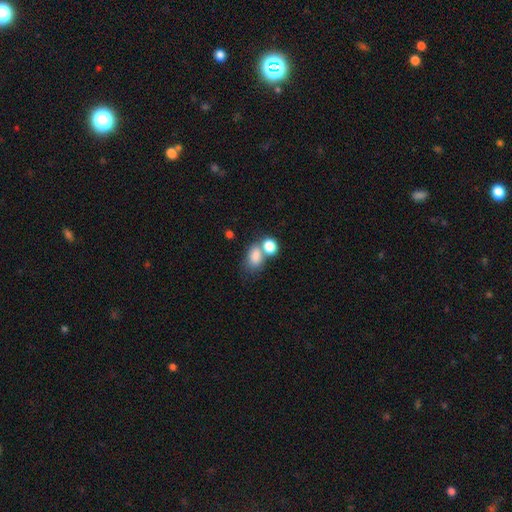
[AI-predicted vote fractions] Smooth or featured? Predicted: smooth (p=0.80). How rounded? Predicted: in between (p=0.73). Merging? Predicted: merger (p=0.46).